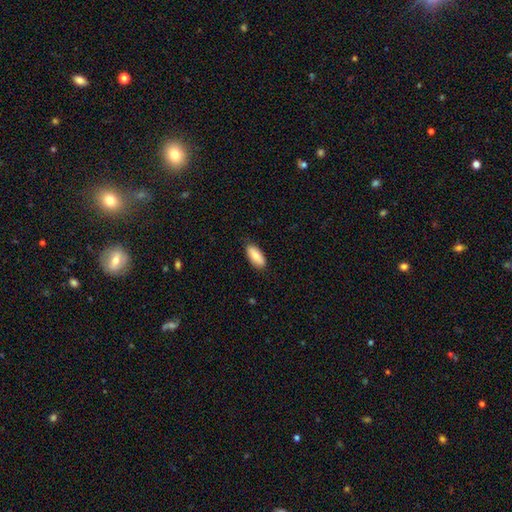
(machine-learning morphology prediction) Smooth or featured? Predicted: smooth (p=0.81). How rounded? Predicted: in between (p=0.84). Merging? Predicted: none (p=0.85).